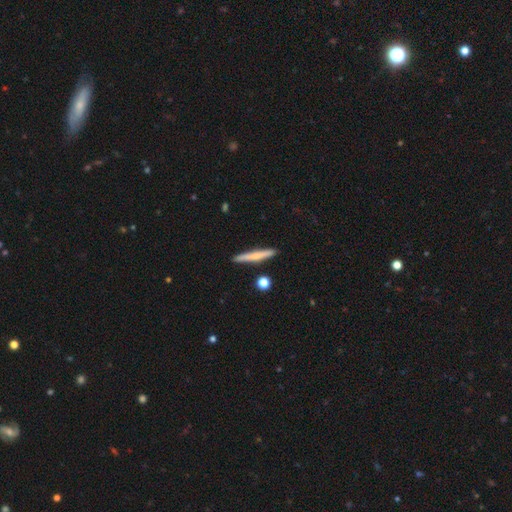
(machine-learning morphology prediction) Smooth or featured: smooth — 59% (featured or disk — 35%)
How rounded: cigar-shaped — 95% (in between — 3%)
Merging: none — 89% (minor disturbance — 7%)